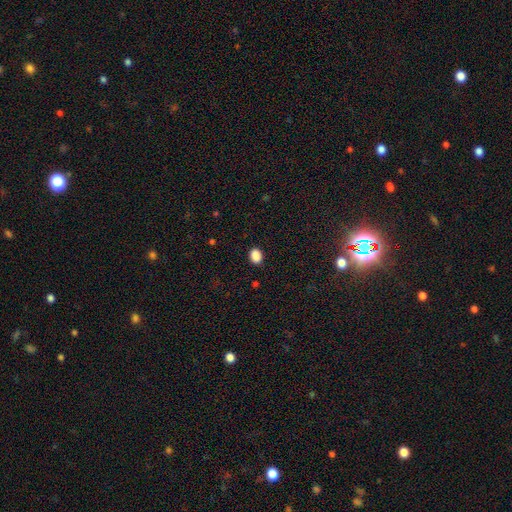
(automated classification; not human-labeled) smooth-or-featured: smooth: 89% | star or artifact: 9% | featured or disk: 3%
  how-rounded: in between: 70% | round: 29% | cigar-shaped: 1%
  merging: none: 89% | minor disturbance: 8% | major disturbance: 2% | merger: 1%